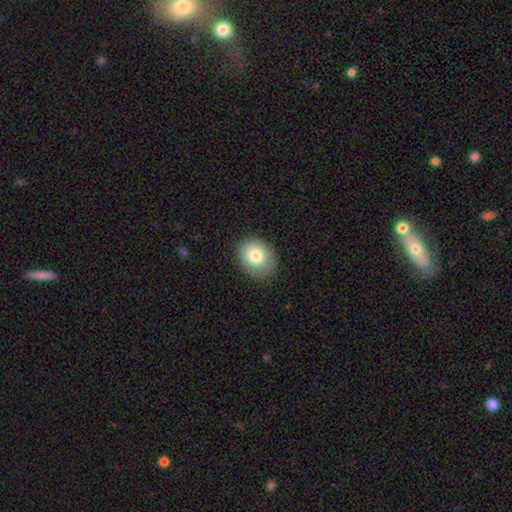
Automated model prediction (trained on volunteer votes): This appears to be a smooth galaxy with no disk features (80%) that is round (50%). Merging: none (83%).